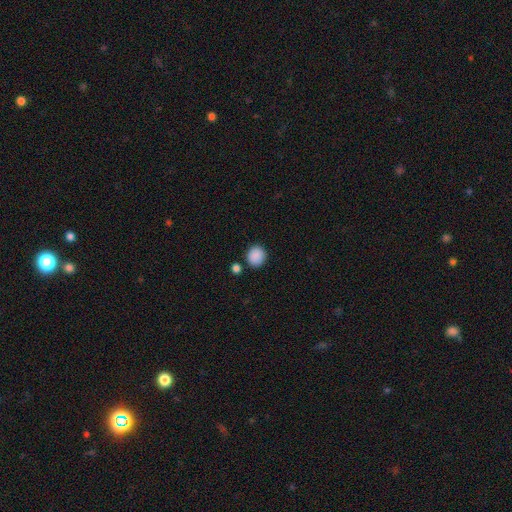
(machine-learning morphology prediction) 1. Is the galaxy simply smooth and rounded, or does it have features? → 89% smooth, 9% star or artifact, 3% featured or disk.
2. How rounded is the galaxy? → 86% round, 13% in between, 1% cigar-shaped.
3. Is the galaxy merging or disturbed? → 84% none, 9% minor disturbance, 5% merger, 3% major disturbance.